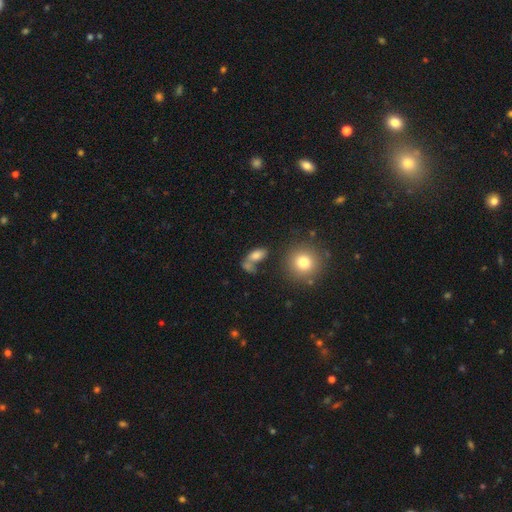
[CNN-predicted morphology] Smooth or featured? smooth (76%)
How rounded? in between (80%)
Merging? none (46%)